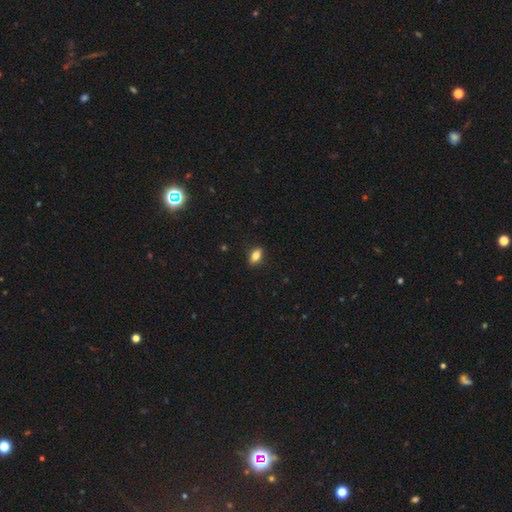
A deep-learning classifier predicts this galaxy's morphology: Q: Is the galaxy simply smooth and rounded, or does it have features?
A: smooth — 79%.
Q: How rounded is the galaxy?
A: in between — 85%.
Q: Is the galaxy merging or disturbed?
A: none — 88%.